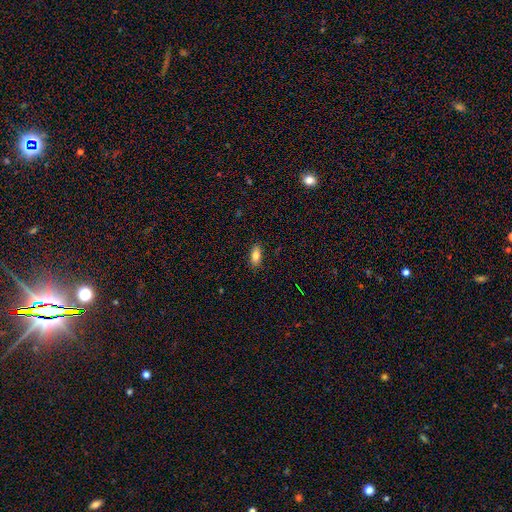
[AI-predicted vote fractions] Overall: smooth (84%). How rounded: in between (88%). Merging: none (88%).